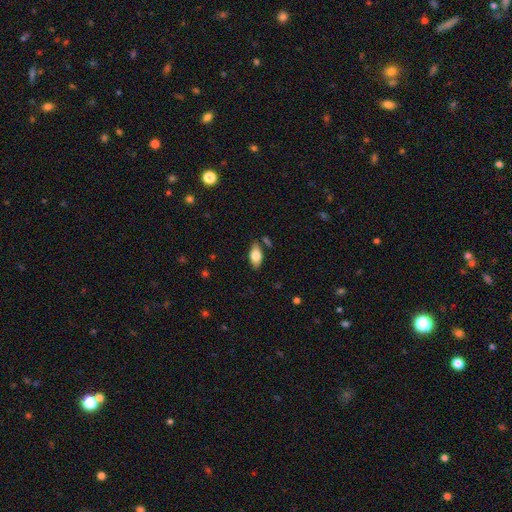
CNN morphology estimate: This is likely a smooth galaxy (75%). How rounded: clearly in between (90%). Merging: likely none (78%).